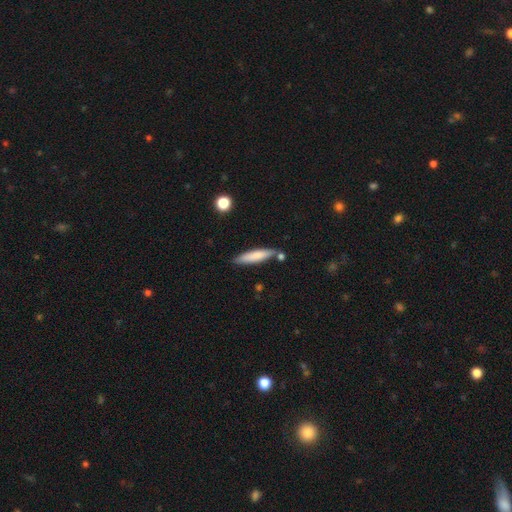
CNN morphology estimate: Smooth or featured: smooth — 75% (featured or disk — 19%)
How rounded: cigar-shaped — 84% (in between — 15%)
Merging: none — 77% (minor disturbance — 13%)